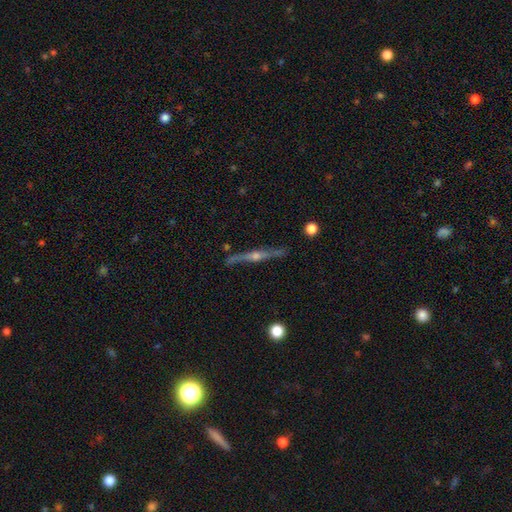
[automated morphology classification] Smooth or featured? featured or disk (78%)
Edge-on disk? yes (96%)
Edge-on bulge? rounded (90%)
Merging? none (87%)